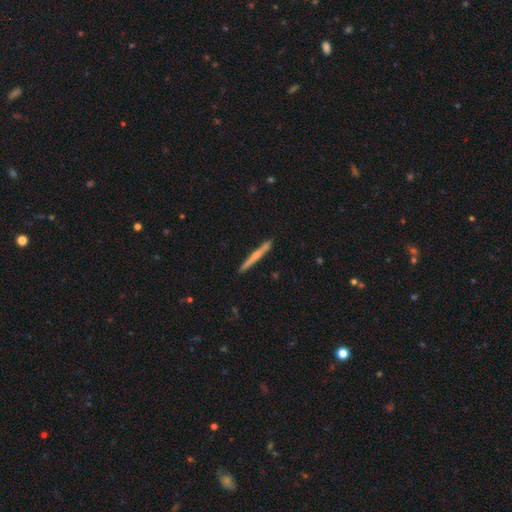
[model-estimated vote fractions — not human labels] Smooth or featured: featured or disk — 51% (smooth — 43%)
Edge-on disk: yes — 97% (no — 3%)
Merging: none — 91% (minor disturbance — 7%)